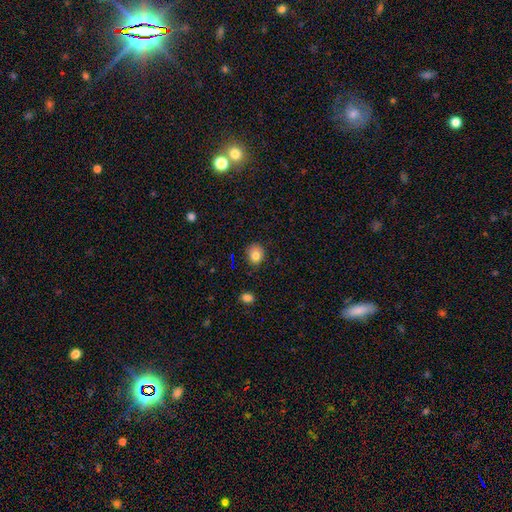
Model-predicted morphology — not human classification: A smooth galaxy with no disk features (80%) that is round (61%).

Vote fractions:
- Smooth or featured? smooth: 80% / star or artifact: 11% / featured or disk: 9%
- How rounded? round: 61% / in between: 38% / cigar-shaped: 1%
- Merging? none: 80% / minor disturbance: 16% / major disturbance: 3% / merger: 2%